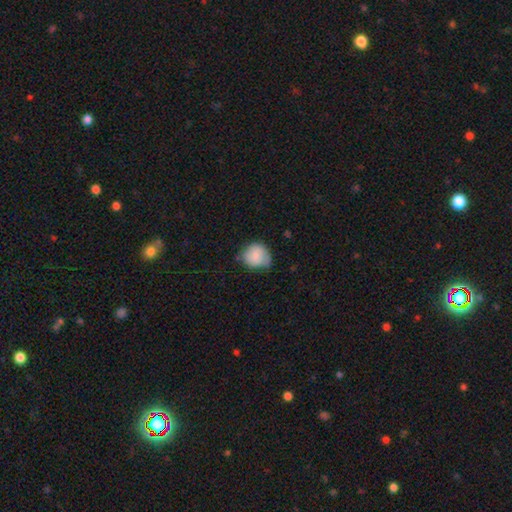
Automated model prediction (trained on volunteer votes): This appears to be a smooth galaxy with no disk features (79%) that is round (74%). Merging: none (49%).